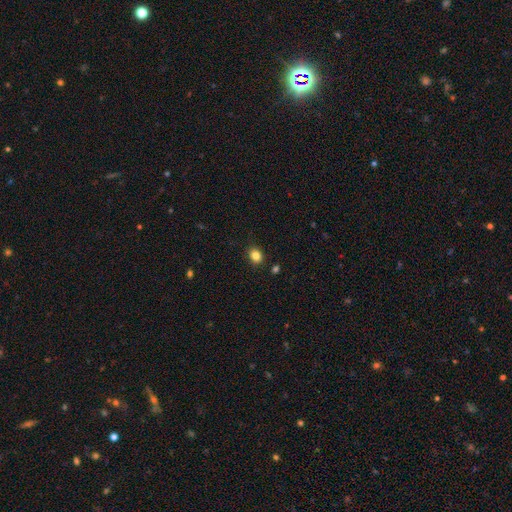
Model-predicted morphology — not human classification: The model was most divided on "how rounded": round: 52%, in between: 47%, cigar-shaped: 1%. More confident: merging — none (88%); smooth or featured — smooth (84%).